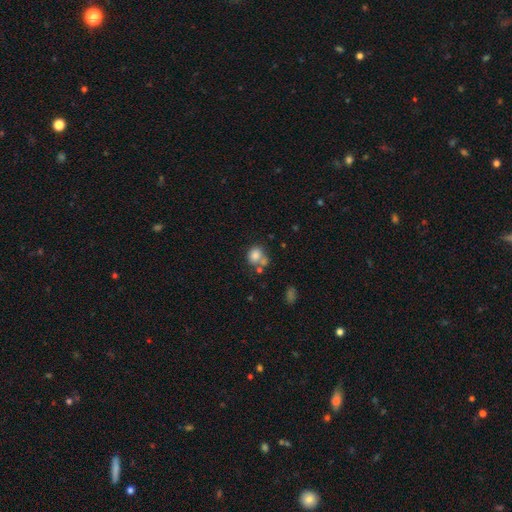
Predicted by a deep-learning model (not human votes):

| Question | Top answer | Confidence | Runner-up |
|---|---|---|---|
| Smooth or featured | smooth | 80% | star or artifact (11%) |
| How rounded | round | 65% | in between (34%) |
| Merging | none | 46% | merger (32%) |